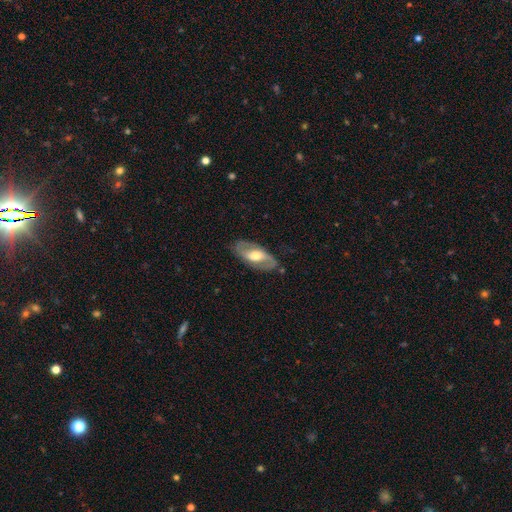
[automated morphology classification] This appears to be a featured or disk galaxy (73%) with a weak bar (41%), 2 (86%) medium (47%) spiral arms (79%) and a moderate central bulge (67%). Merging: none (80%).